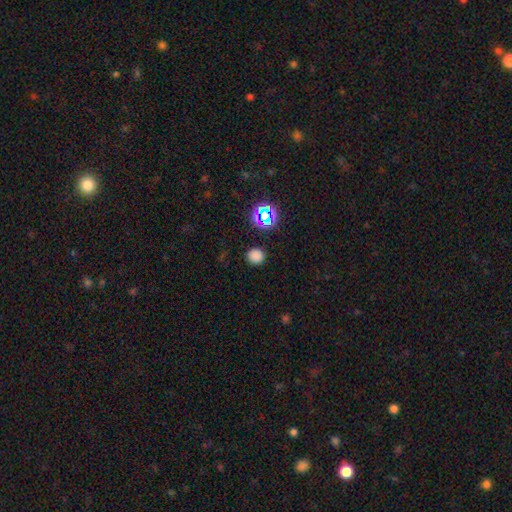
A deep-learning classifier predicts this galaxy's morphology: Overall: smooth (76%). How rounded: round (87%). Merging: none (89%).